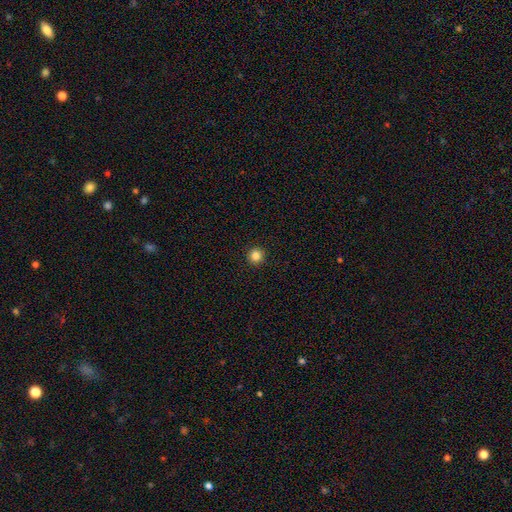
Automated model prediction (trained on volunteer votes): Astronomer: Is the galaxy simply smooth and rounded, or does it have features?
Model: smooth — 84%.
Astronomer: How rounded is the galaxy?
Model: round — 96%.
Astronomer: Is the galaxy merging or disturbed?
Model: none — 94%.